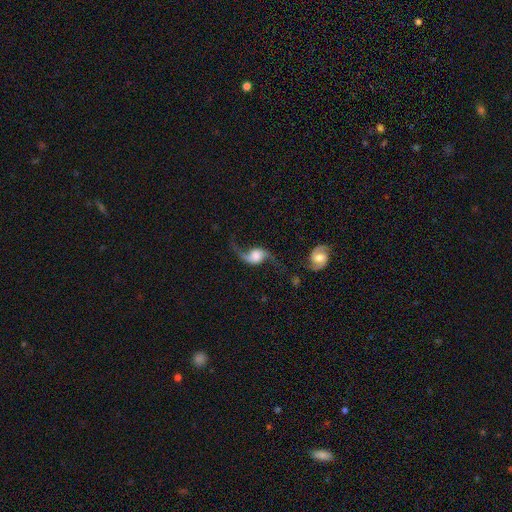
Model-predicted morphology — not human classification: Smooth or featured: featured or disk — 84% (smooth — 10%)
Edge-on disk: no — 96% (yes — 4%)
Bar: no — 55% (weak — 33%)
Spiral arms: yes — 96% (no — 4%)
Spiral winding: loose — 88% (medium — 10%)
Spiral arm count: 2 — 90% (1 — 6%)
Bulge size: large — 40% (moderate — 25%)
Merging: none — 52% (major disturbance — 19%)